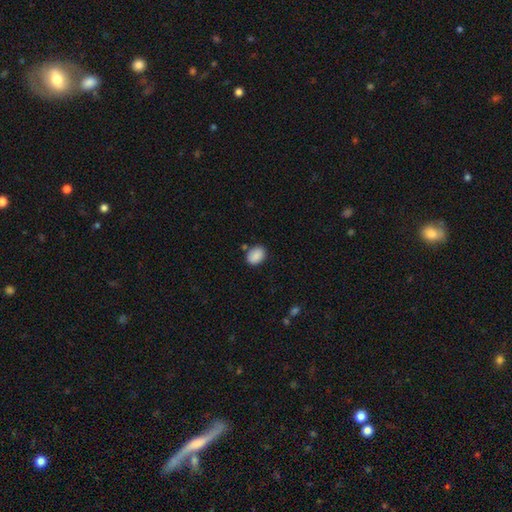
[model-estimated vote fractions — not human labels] Morphology: type=smooth (89%); roundness=in between (72%); merging=none (79%).